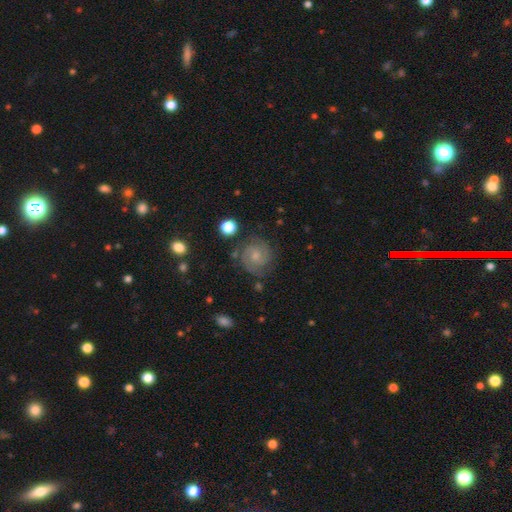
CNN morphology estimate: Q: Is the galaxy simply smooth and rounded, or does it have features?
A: featured or disk — 71%.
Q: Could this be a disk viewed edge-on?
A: no — 98%.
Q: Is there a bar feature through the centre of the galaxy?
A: no — 63%.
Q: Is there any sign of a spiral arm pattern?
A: yes — 94%.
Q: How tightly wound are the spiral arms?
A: tight — 58%.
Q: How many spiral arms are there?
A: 2 — 70%.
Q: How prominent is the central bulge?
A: small — 51%.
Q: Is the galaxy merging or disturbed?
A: none — 76%.